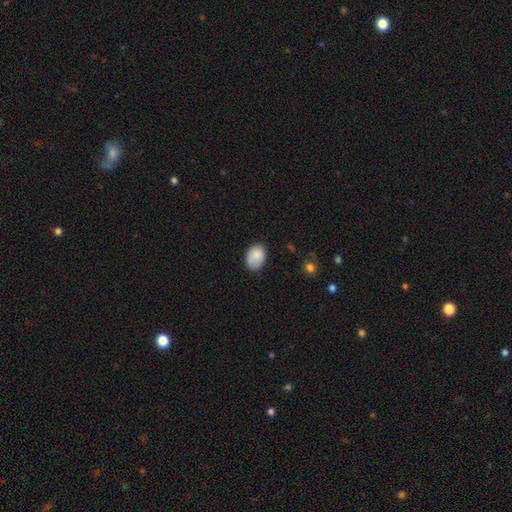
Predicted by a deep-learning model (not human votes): Morphology: type=smooth (83%); roundness=in between (79%); merging=none (69%).